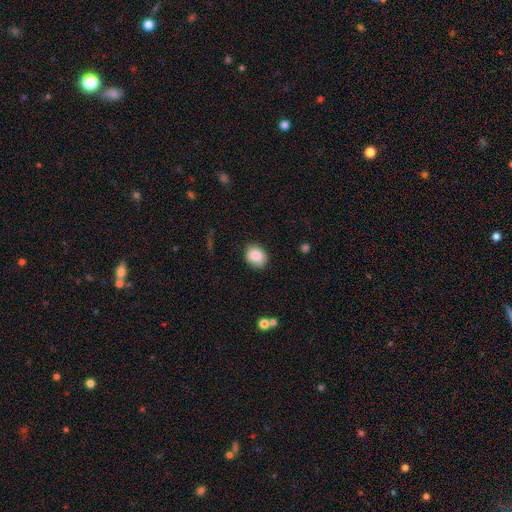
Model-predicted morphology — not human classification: A smooth galaxy with no disk features (86%) that is in between round and cigar-shaped (50%). Merging: none (78%).